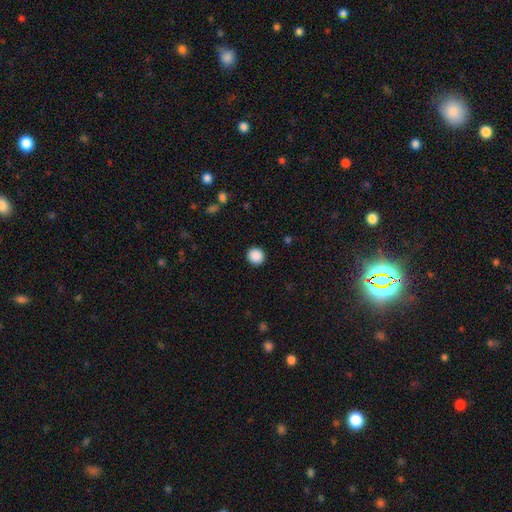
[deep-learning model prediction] This appears to be a smooth galaxy with no disk features (89%) that is round (93%). Merging: none (92%).